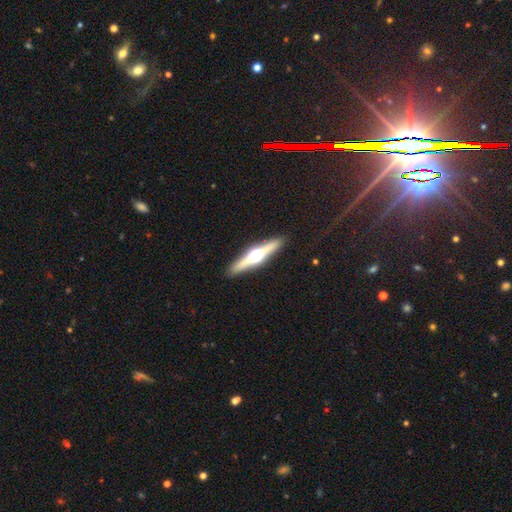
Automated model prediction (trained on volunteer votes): This appears to be a featured or disk galaxy (74%) viewed edge-on (97%) with a rounded central bulge (95%). Merging: none (91%).